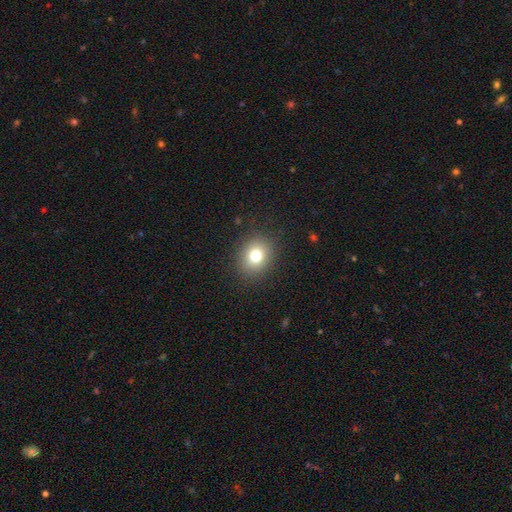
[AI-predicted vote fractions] A smooth galaxy with no disk features (76%) that is round (67%).

Vote fractions:
- Smooth or featured? smooth: 76% / star or artifact: 13% / featured or disk: 10%
- How rounded? round: 67% / in between: 33% / cigar-shaped: 1%
- Merging? none: 88% / minor disturbance: 8% / major disturbance: 3% / merger: 1%